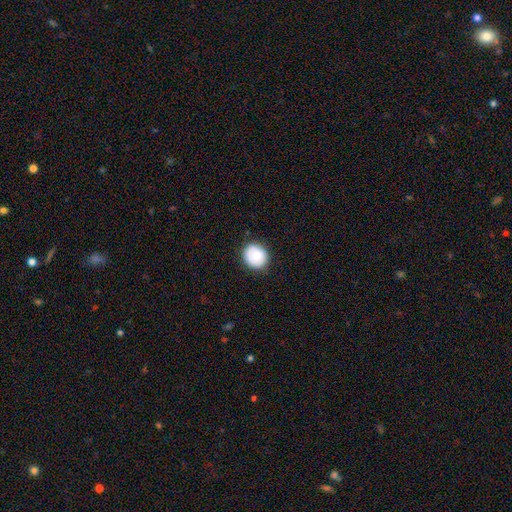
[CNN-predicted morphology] smooth-or-featured: smooth: 77% | featured or disk: 15% | star or artifact: 8%
  how-rounded: round: 77% | in between: 22% | cigar-shaped: 1%
  merging: none: 82% | minor disturbance: 14% | major disturbance: 3% | merger: 1%